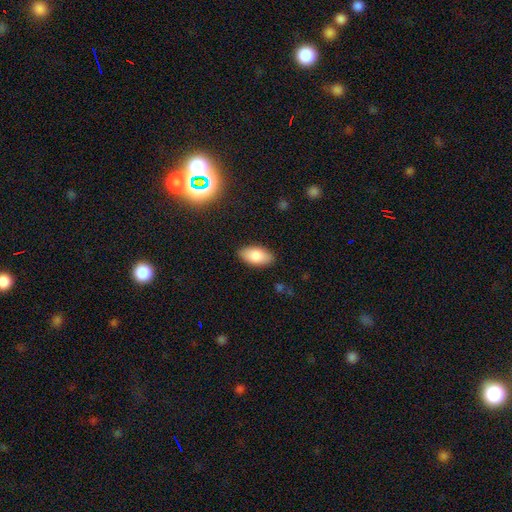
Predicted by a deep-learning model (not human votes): A smooth galaxy with no disk features (84%) that is in between round and cigar-shaped (94%). Merging: none (87%).